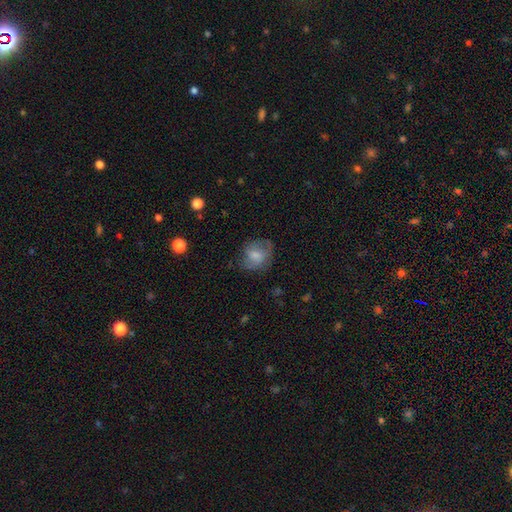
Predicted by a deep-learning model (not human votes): smooth 67%, featured or disk 24%, star or artifact 8%. Down the decision tree: how rounded — round (57%); merging — none (59%).